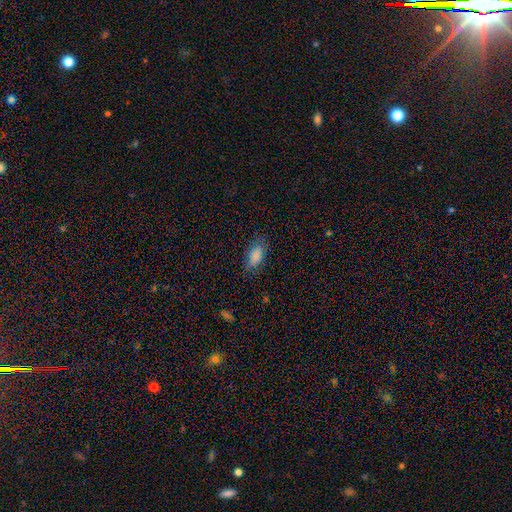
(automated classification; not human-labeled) A smooth galaxy with no disk features (85%) that is in between round and cigar-shaped (89%). Merging: none (75%).